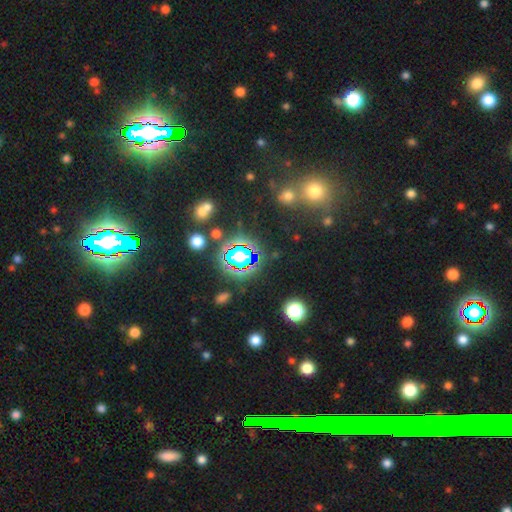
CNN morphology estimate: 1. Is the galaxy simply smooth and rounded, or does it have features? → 71% star or artifact, 20% smooth, 9% featured or disk.